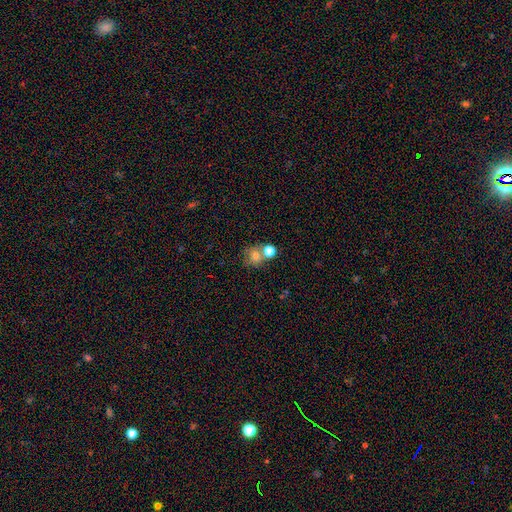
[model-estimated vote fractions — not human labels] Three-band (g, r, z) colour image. It shows a smooth galaxy with no disk features (71%) that is round (75%). Merging: none (43%).